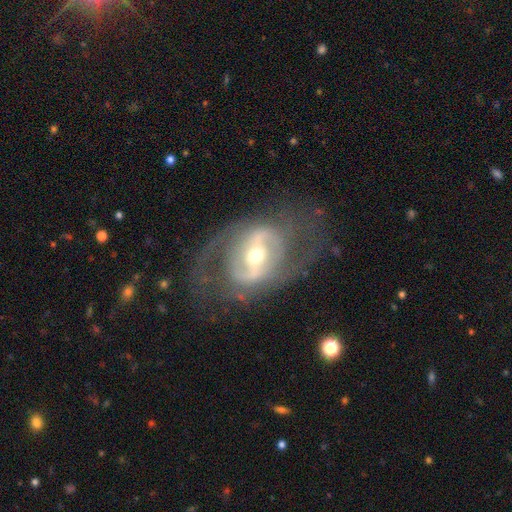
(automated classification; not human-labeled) Smooth or featured? Predicted: featured or disk (p=0.80). Edge-on disk? Predicted: no (p=0.94). Bar? Predicted: strong (p=0.41). Spiral arms? Predicted: yes (p=0.67). Spiral winding? Predicted: medium (p=0.44). Spiral arm count? Predicted: 2 (p=0.75). Bulge size? Predicted: moderate (p=0.60). Merging? Predicted: none (p=0.65).